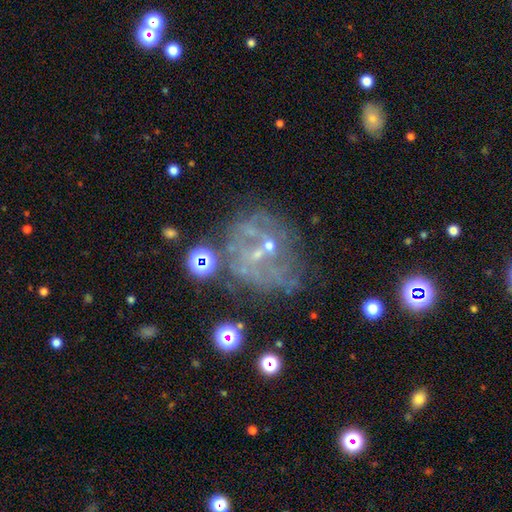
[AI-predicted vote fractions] Q: Smooth or featured?
A: featured or disk (61%); runner-up: star or artifact (23%)
Q: Edge-on disk?
A: no (97%); runner-up: yes (3%)
Q: Bar?
A: no (68%); runner-up: weak (24%)
Q: Spiral arms?
A: no (59%); runner-up: yes (41%)
Q: Bulge size?
A: small (58%); runner-up: none (29%)
Q: Merging?
A: none (49%); runner-up: major disturbance (22%)